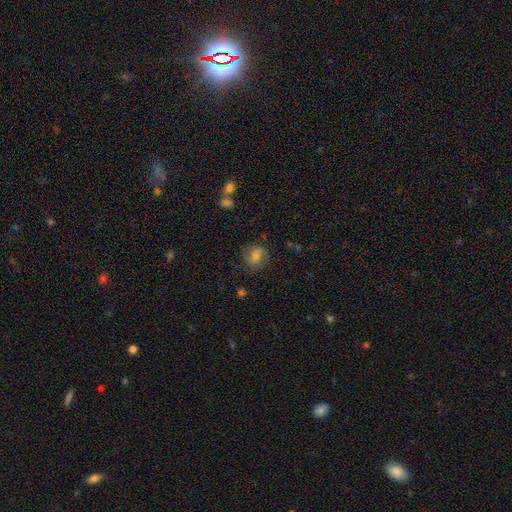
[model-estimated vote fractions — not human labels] Morphology: type=smooth (58%); roundness=round (68%); merging=none (73%).